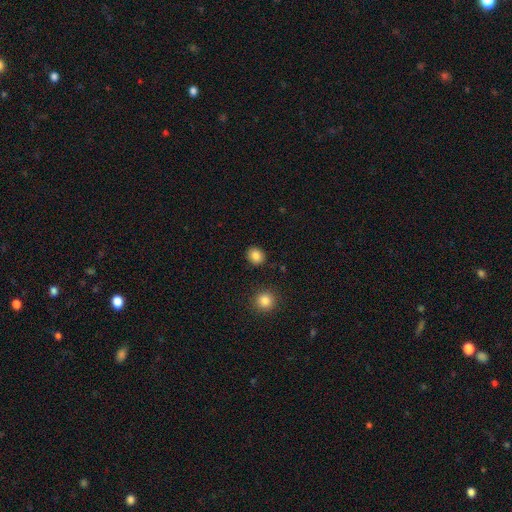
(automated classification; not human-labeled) Smooth or featured?
  - smooth: 85% *
  - star or artifact: 10%
  - featured or disk: 5%
How rounded?
  - round: 74% *
  - in between: 25%
  - cigar-shaped: 1%
Merging?
  - none: 89% *
  - minor disturbance: 7%
  - major disturbance: 2%
  - merger: 2%